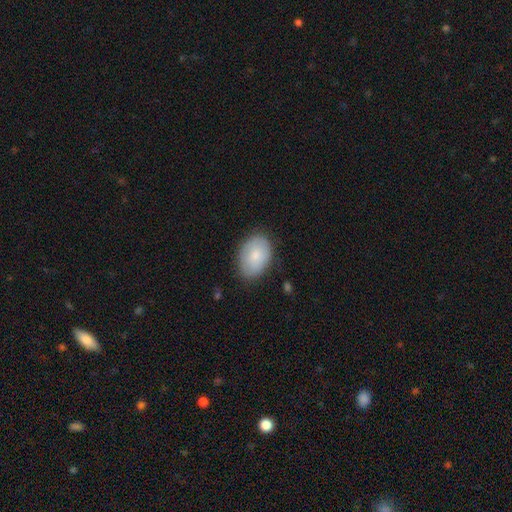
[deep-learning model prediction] A smooth galaxy with no disk features (77%) that is in between round and cigar-shaped (80%). Merging: none (76%).